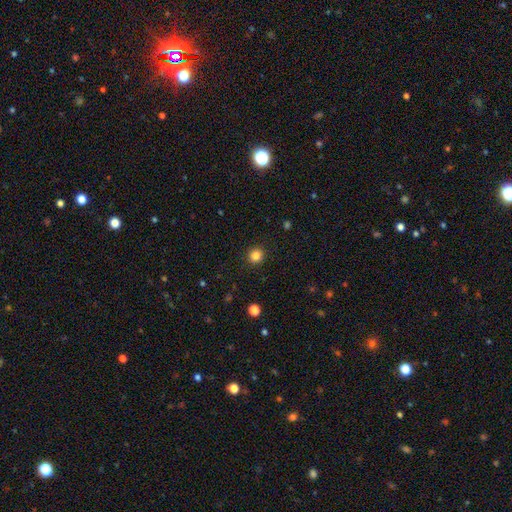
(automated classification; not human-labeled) This appears to be a smooth galaxy with no disk features (84%) that is round (92%). Merging: none (92%).